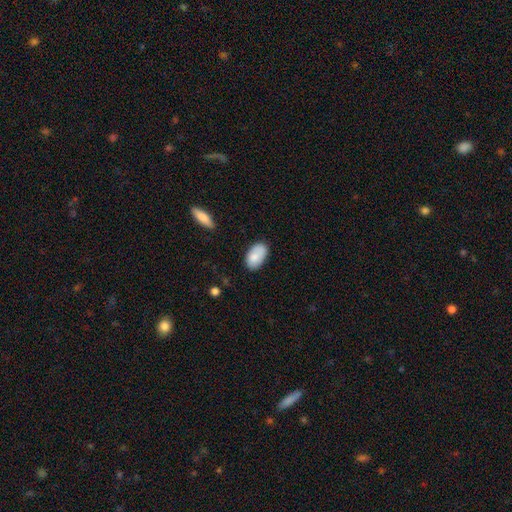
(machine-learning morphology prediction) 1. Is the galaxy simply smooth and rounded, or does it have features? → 84% smooth, 9% featured or disk, 6% star or artifact.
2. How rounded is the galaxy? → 94% in between, 4% round, 1% cigar-shaped.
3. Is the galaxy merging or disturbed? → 77% none, 18% minor disturbance, 3% major disturbance, 2% merger.